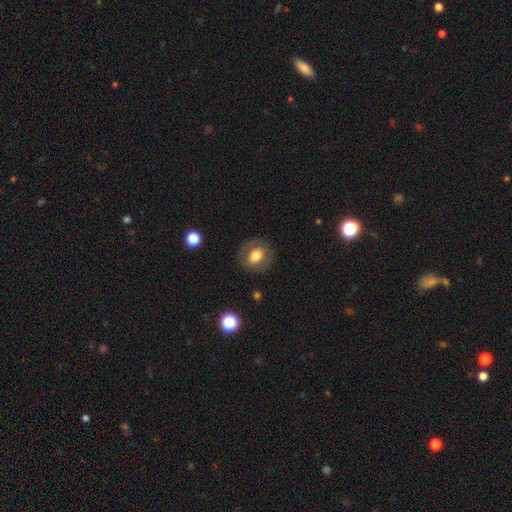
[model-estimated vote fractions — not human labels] smooth_or_featured: smooth (p=0.64) [alt: featured or disk p=0.28]
how_rounded: round (p=0.56) [alt: in between p=0.42]
merging: none (p=0.81) [alt: minor disturbance p=0.11]